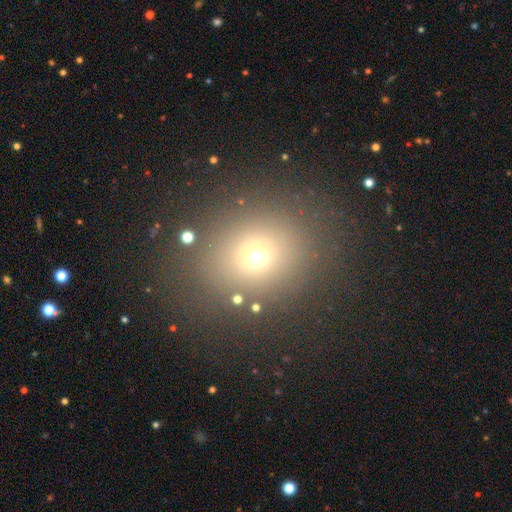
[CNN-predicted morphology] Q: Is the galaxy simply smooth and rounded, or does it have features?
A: smooth — 65%.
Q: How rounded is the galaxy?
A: round — 71%.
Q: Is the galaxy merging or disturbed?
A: none — 83%.